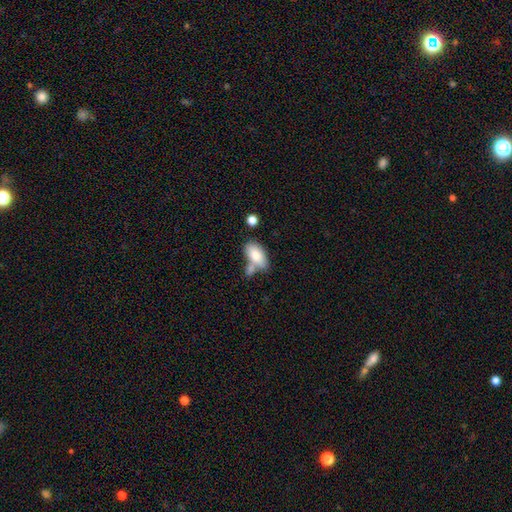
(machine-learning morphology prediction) smooth 80%, featured or disk 13%, star or artifact 7%. Down the decision tree: how rounded — in between (92%); merging — none (43%).